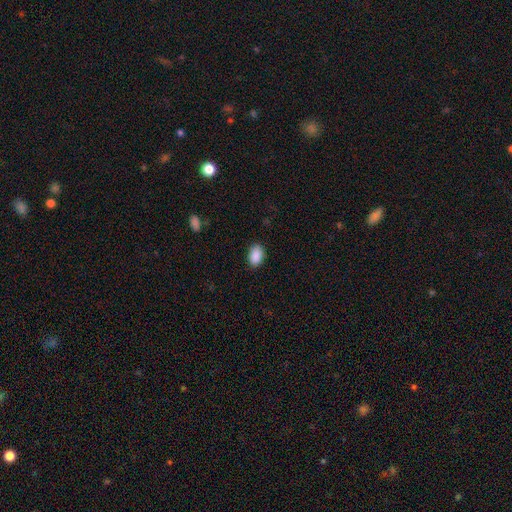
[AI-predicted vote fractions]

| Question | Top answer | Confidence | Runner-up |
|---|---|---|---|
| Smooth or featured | smooth | 90% | star or artifact (7%) |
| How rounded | in between | 90% | round (9%) |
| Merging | none | 88% | minor disturbance (9%) |